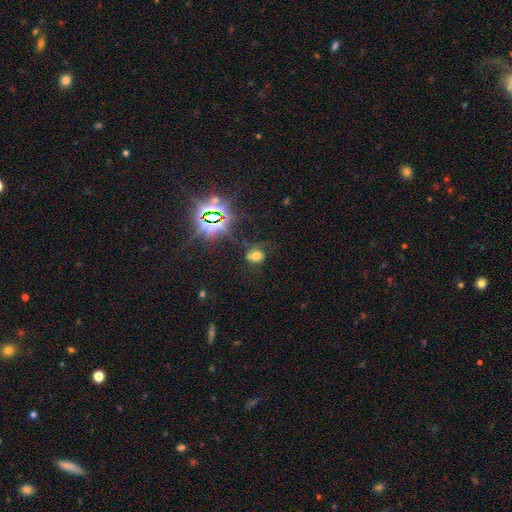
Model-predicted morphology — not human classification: smooth_or_featured: smooth (p=0.53) [alt: star or artifact p=0.31]
how_rounded: round (p=0.56) [alt: in between p=0.43]
merging: none (p=0.58) [alt: minor disturbance p=0.23]